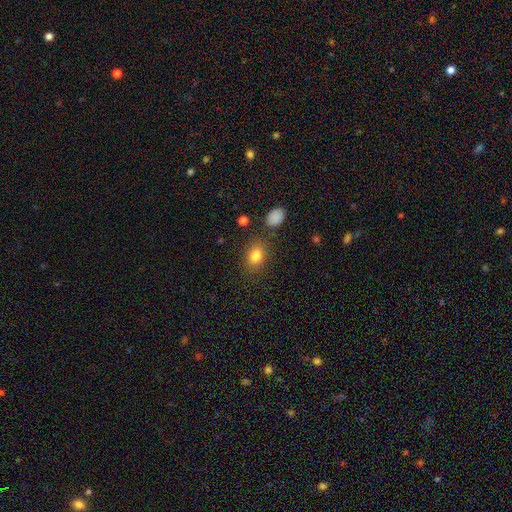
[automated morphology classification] Smooth or featured?
  - smooth: 82% *
  - star or artifact: 10%
  - featured or disk: 7%
How rounded?
  - in between: 62% *
  - round: 37%
  - cigar-shaped: 1%
Merging?
  - none: 79% *
  - minor disturbance: 12%
  - major disturbance: 4%
  - merger: 4%